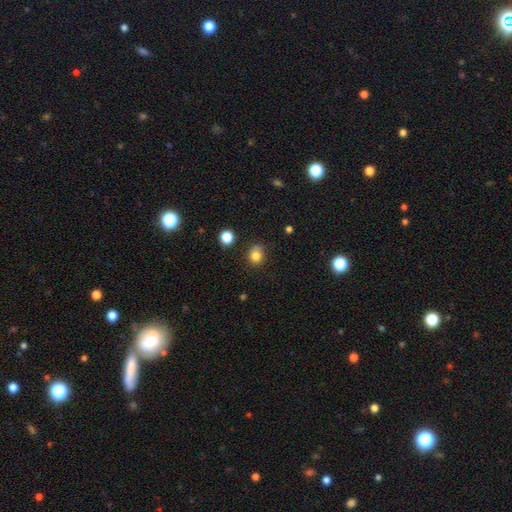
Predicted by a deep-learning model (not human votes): Morphology: type=smooth (81%); roundness=round (80%); merging=none (69%).